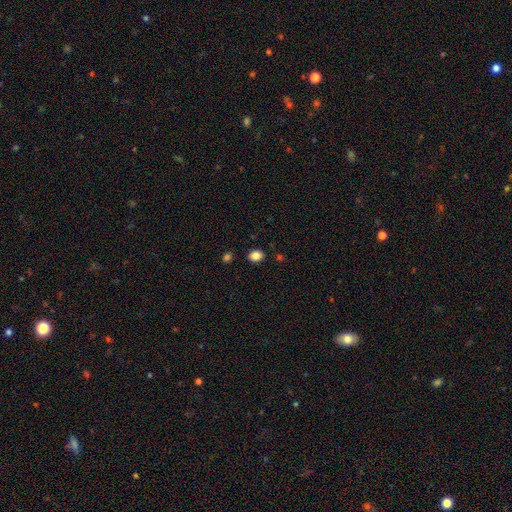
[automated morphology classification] The model was most divided on "how rounded": in between: 56%, round: 43%, cigar-shaped: 1%. More confident: merging — none (87%); smooth or featured — smooth (85%).